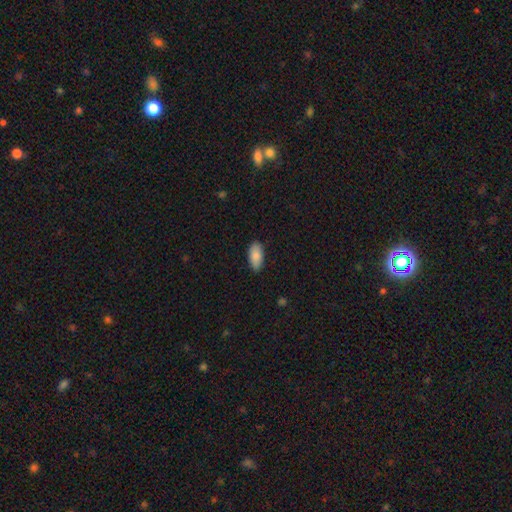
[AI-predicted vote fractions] This is clearly a smooth galaxy (89%). How rounded: clearly in between (92%). Merging: clearly none (88%).